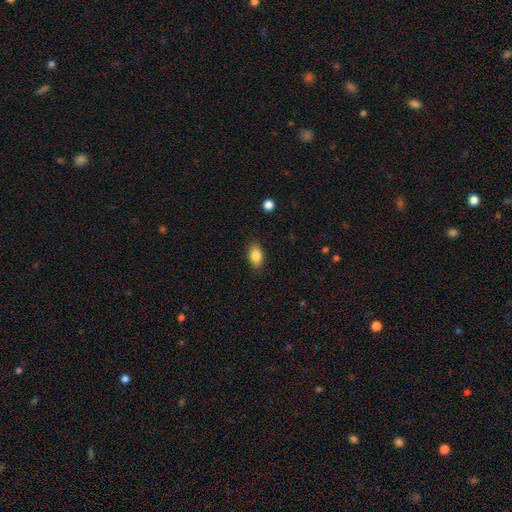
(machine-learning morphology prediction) Overall: smooth (84%). How rounded: in between (89%). Merging: none (87%).